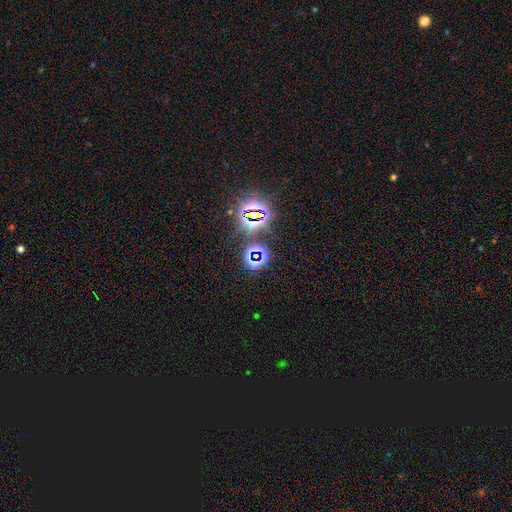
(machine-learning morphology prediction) This is likely a star or artifact rather than a galaxy (75%).